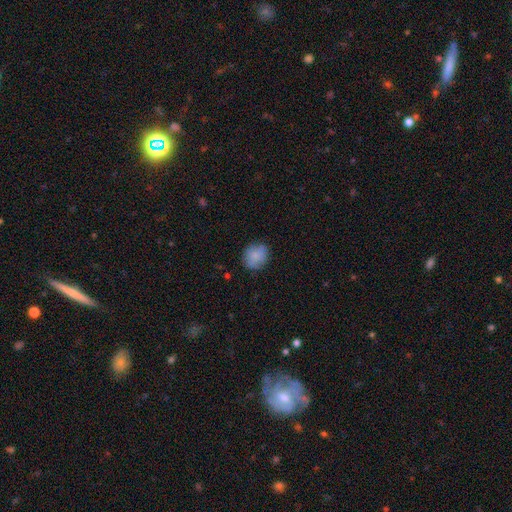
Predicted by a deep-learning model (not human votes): Smooth or featured? Predicted: smooth (p=0.82). How rounded? Predicted: round (p=0.78). Merging? Predicted: none (p=0.79).